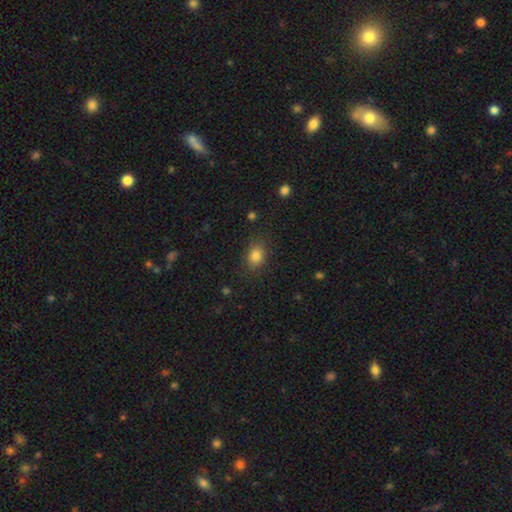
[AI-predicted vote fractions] A smooth galaxy with no disk features (82%) that is in between round and cigar-shaped (61%). Merging: none (83%).